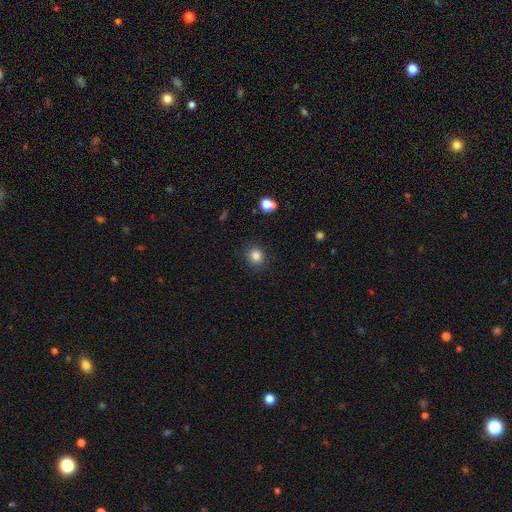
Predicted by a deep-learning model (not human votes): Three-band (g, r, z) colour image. It shows a smooth galaxy with no disk features (84%) that is round (82%). Merging: none (88%).